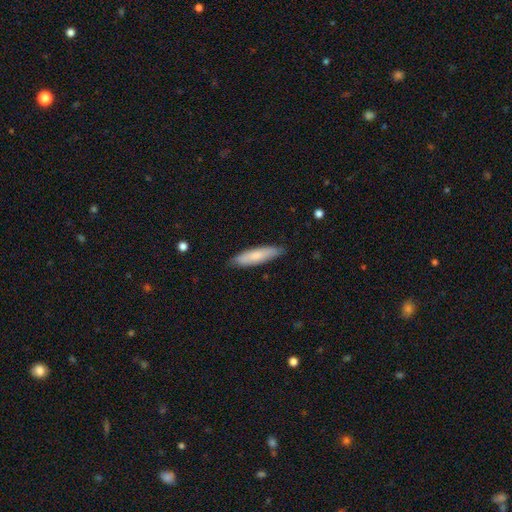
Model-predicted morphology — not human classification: This appears to be a smooth galaxy with no disk features (76%) that is cigar-shaped (71%). Merging: none (84%).